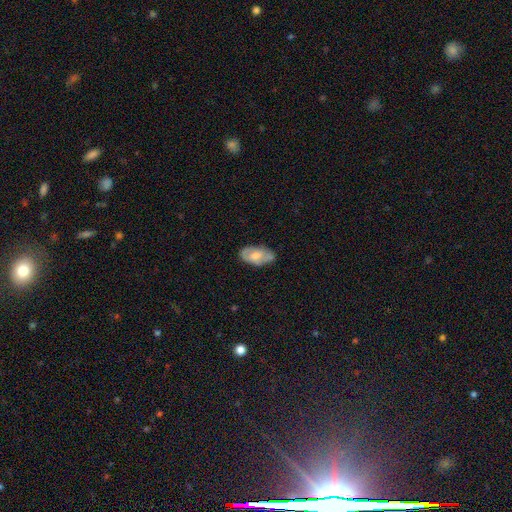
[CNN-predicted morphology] smooth_or_featured: smooth (p=0.47) [alt: featured or disk p=0.46]
merging: none (p=0.72) [alt: minor disturbance p=0.21]